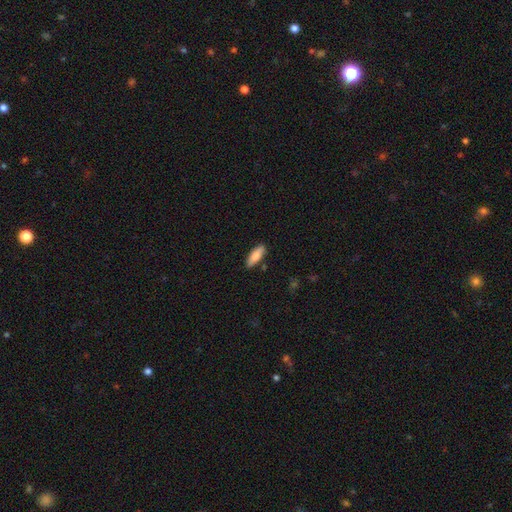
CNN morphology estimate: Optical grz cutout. It shows a smooth galaxy with no disk features (84%) that is in between round and cigar-shaped (65%). Merging: none (84%).